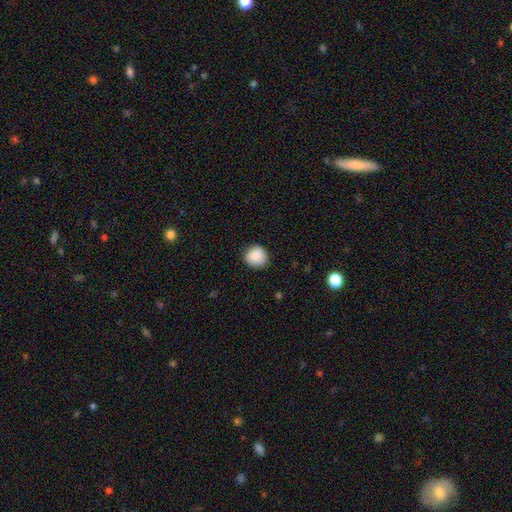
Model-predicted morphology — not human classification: Smooth or featured? Predicted: smooth (p=0.87). How rounded? Predicted: round (p=0.83). Merging? Predicted: none (p=0.80).